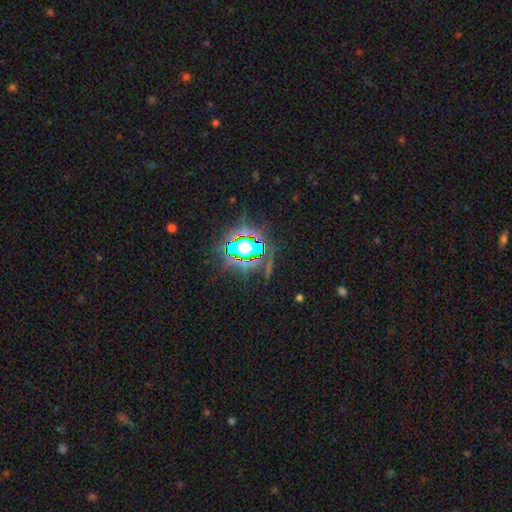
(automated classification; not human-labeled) Q: Smooth or featured?
A: star or artifact (83%); runner-up: smooth (10%)